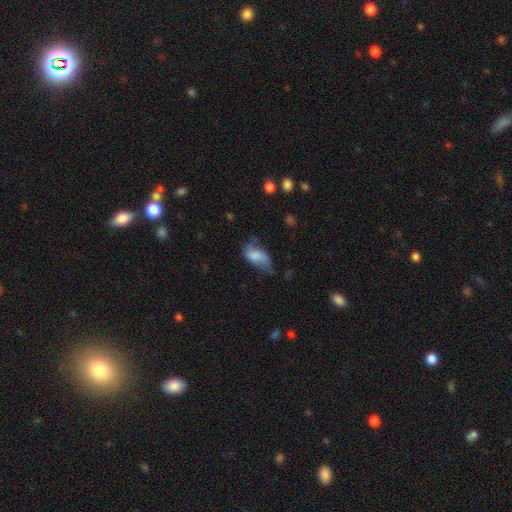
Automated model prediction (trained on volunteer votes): Overall: smooth (66%). How rounded: in between (91%). Merging: minor disturbance (37%; none 33%).